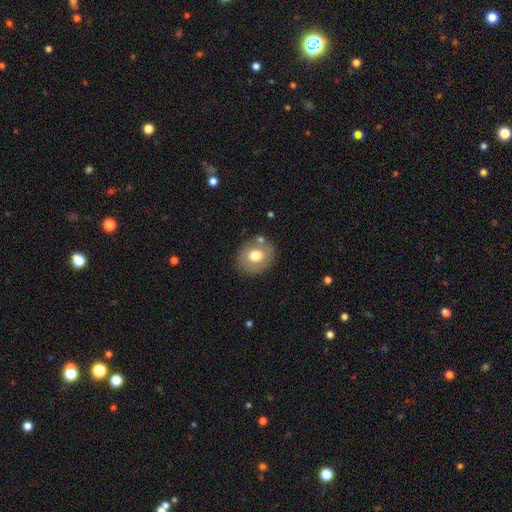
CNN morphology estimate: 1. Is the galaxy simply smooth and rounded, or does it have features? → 66% smooth, 26% featured or disk, 8% star or artifact.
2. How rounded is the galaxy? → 66% round, 33% in between, 1% cigar-shaped.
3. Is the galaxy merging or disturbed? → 79% none, 12% minor disturbance, 5% merger, 4% major disturbance.